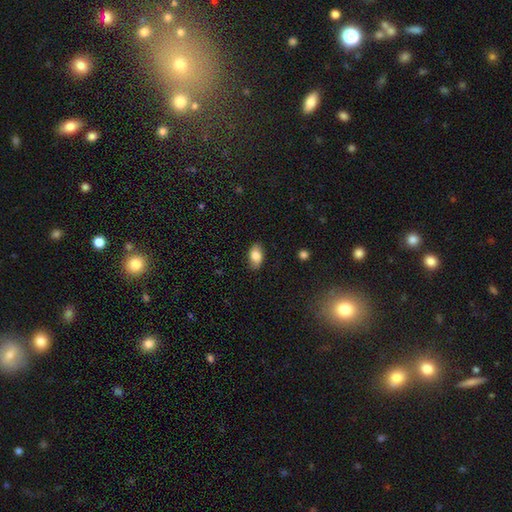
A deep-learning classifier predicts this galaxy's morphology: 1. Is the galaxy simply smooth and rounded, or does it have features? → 81% smooth, 12% featured or disk, 7% star or artifact.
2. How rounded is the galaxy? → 90% in between, 7% round, 2% cigar-shaped.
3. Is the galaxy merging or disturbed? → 84% none, 12% minor disturbance, 3% major disturbance, 1% merger.